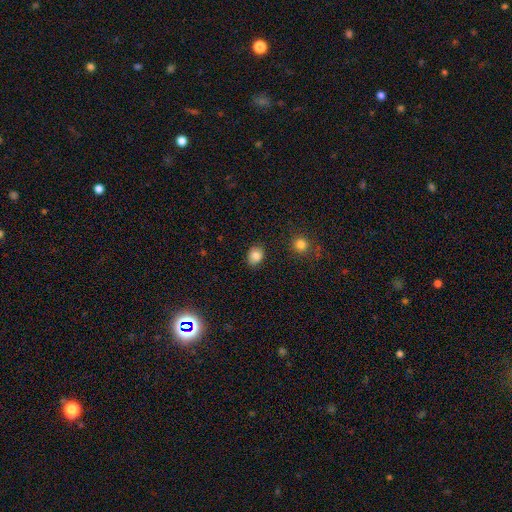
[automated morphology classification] Overall: smooth (85%). How rounded: in between (52%; round 47%). Merging: none (84%).